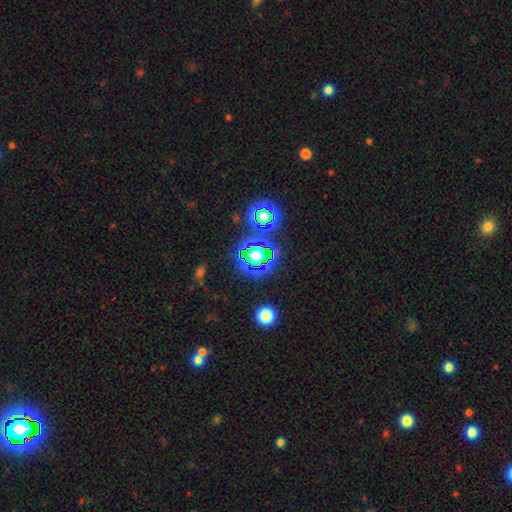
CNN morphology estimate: A star or artifact, not a galaxy (76%).